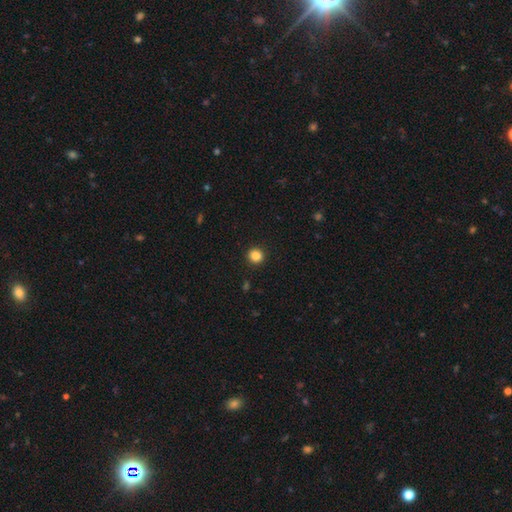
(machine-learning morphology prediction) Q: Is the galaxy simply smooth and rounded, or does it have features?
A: smooth — 86%.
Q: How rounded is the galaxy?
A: round — 92%.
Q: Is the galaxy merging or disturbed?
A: none — 92%.